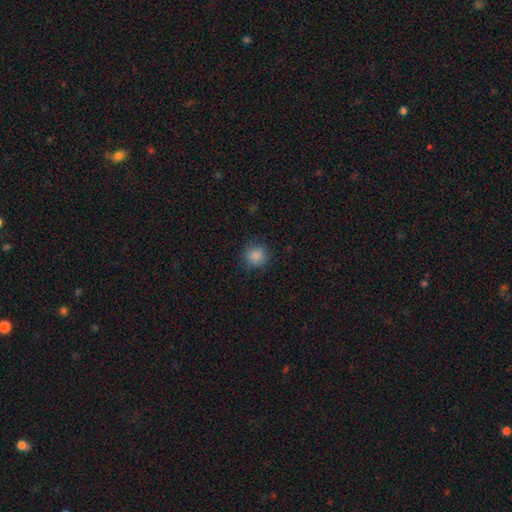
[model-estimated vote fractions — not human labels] Morphology: type=smooth (86%); roundness=round (91%); merging=none (87%).